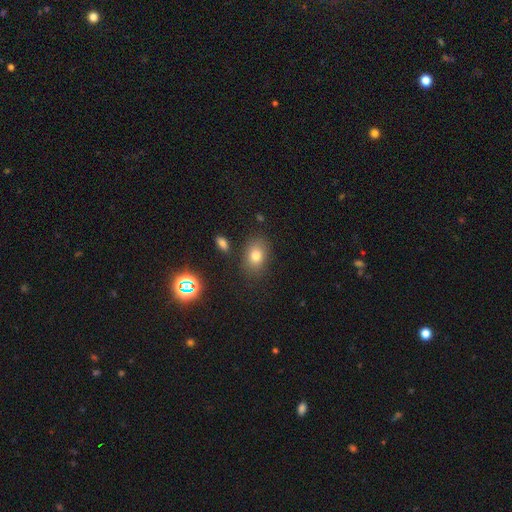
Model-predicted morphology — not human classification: Smooth or featured? Predicted: smooth (p=0.75). How rounded? Predicted: in between (p=0.73). Merging? Predicted: none (p=0.82).